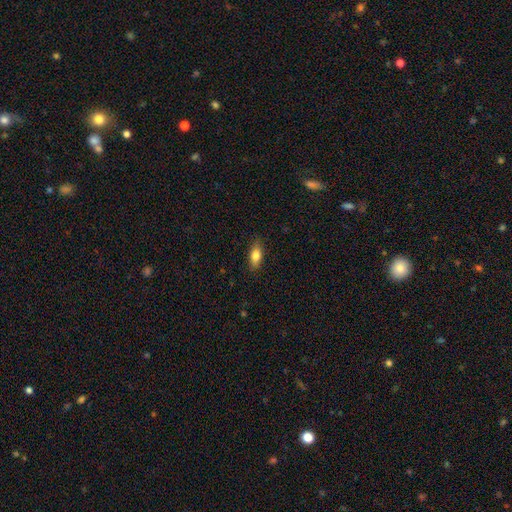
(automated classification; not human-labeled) Smooth or featured: smooth — 80% (featured or disk — 13%)
How rounded: in between — 81% (cigar-shaped — 14%)
Merging: none — 85% (minor disturbance — 12%)